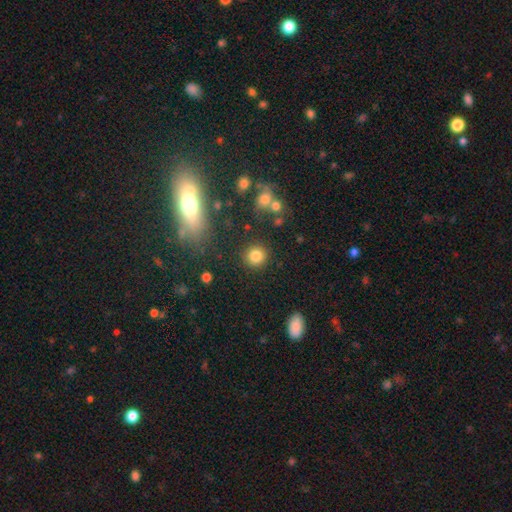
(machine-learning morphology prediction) A smooth galaxy with no disk features (82%) that is round (90%). Merging: none (87%).